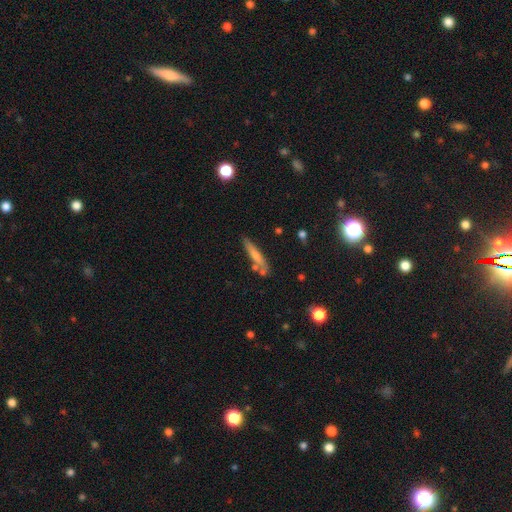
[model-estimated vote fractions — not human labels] A smooth galaxy with no disk features (65%) that is cigar-shaped (90%).

Vote fractions:
- Smooth or featured? smooth: 65% / featured or disk: 29% / star or artifact: 7%
- How rounded? cigar-shaped: 90% / in between: 8% / round: 2%
- Merging? none: 73% / minor disturbance: 14% / merger: 10% / major disturbance: 3%